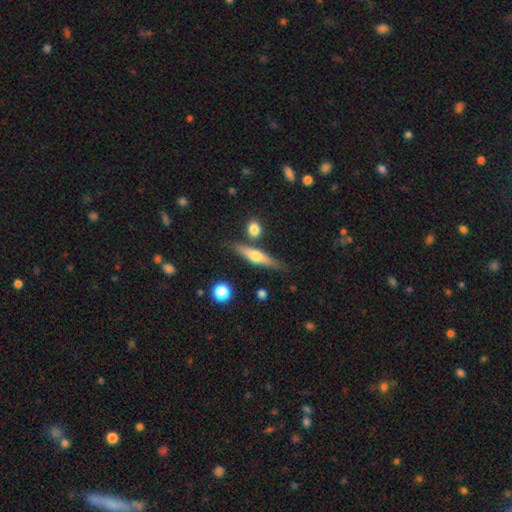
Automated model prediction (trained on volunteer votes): Q: Smooth or featured?
A: featured or disk (57%); runner-up: smooth (37%)
Q: Edge-on disk?
A: yes (94%); runner-up: no (6%)
Q: Edge-on bulge?
A: rounded (89%); runner-up: boxy (6%)
Q: Merging?
A: none (78%); runner-up: minor disturbance (11%)